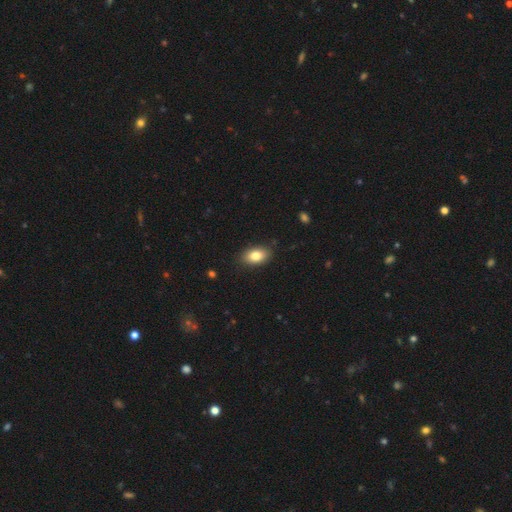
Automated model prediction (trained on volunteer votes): smooth 83%, featured or disk 9%, star or artifact 8%. Down the decision tree: how rounded — in between (90%); merging — none (87%).